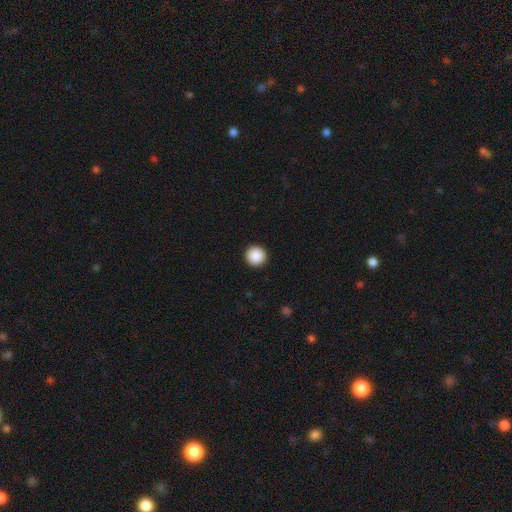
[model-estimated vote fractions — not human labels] Overall: smooth (90%). How rounded: round (97%). Merging: none (94%).